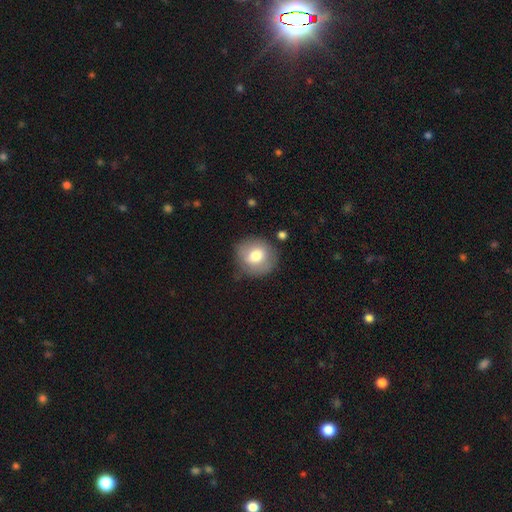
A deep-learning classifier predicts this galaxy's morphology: Smooth or featured? Predicted: smooth (p=0.73). How rounded? Predicted: round (p=0.85). Merging? Predicted: none (p=0.75).